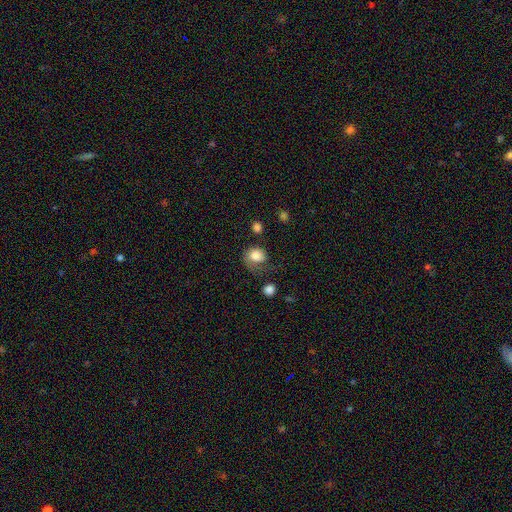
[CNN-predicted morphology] A smooth galaxy with no disk features (68%) that is round (68%). Merging: major disturbance (39%).